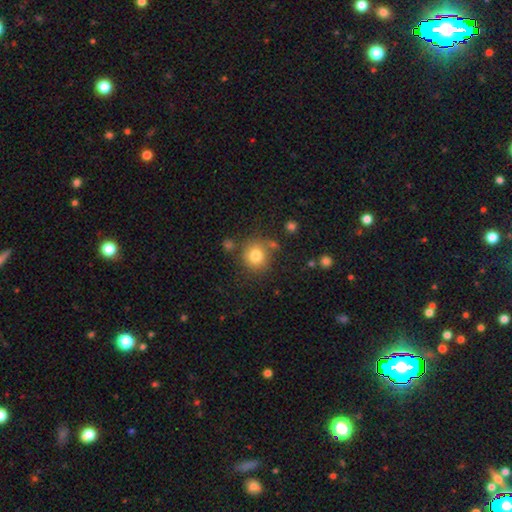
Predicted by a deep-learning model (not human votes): Smooth or featured: smooth — 80% (star or artifact — 12%)
How rounded: round — 90% (in between — 9%)
Merging: none — 76% (minor disturbance — 12%)